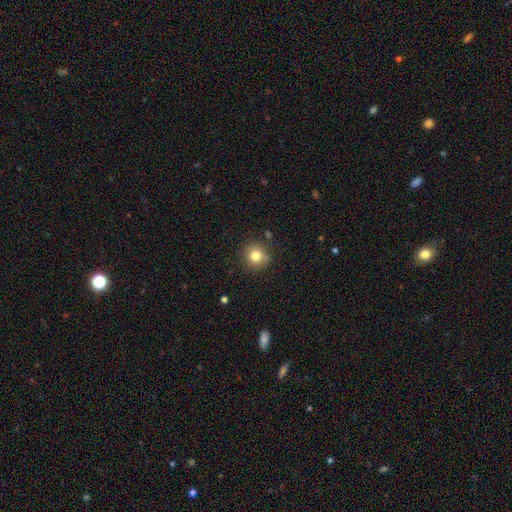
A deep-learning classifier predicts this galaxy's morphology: Smooth or featured? Predicted: smooth (p=0.81). How rounded? Predicted: round (p=0.92). Merging? Predicted: none (p=0.85).